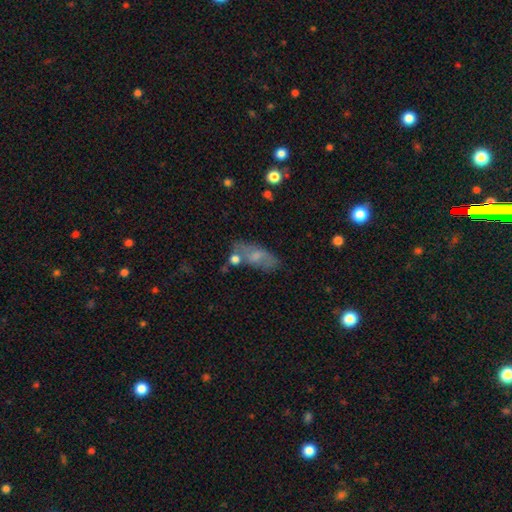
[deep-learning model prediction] Smooth or featured?
  - smooth: 58% *
  - featured or disk: 32%
  - star or artifact: 10%
How rounded?
  - in between: 80% *
  - cigar-shaped: 16%
  - round: 5%
Merging?
  - none: 58% *
  - minor disturbance: 20%
  - merger: 13%
  - major disturbance: 9%